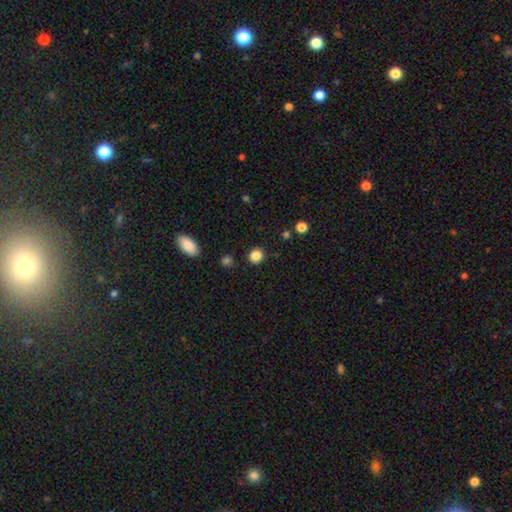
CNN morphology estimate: smooth_or_featured: smooth (p=0.86) [alt: star or artifact p=0.11]
how_rounded: round (p=0.87) [alt: in between p=0.12]
merging: none (p=0.90) [alt: minor disturbance p=0.06]